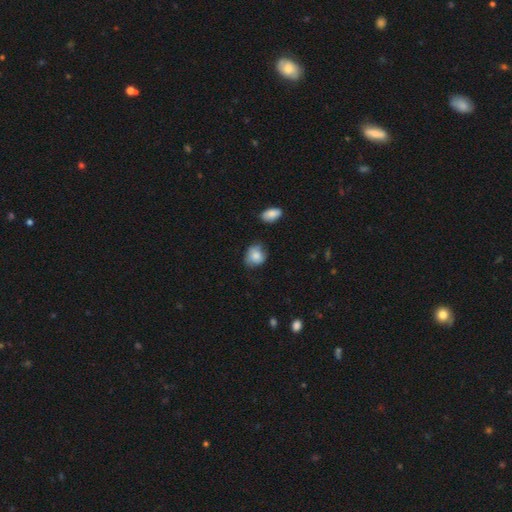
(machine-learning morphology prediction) smooth-or-featured: smooth: 78% | featured or disk: 15% | star or artifact: 8%
  how-rounded: round: 64% | in between: 35% | cigar-shaped: 1%
  merging: none: 57% | minor disturbance: 32% | major disturbance: 8% | merger: 3%